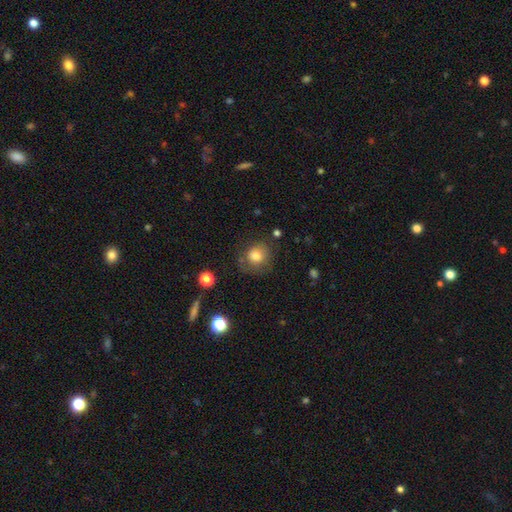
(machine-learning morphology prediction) Q: Smooth or featured?
A: smooth (79%); runner-up: featured or disk (11%)
Q: How rounded?
A: round (78%); runner-up: in between (21%)
Q: Merging?
A: none (66%); runner-up: minor disturbance (20%)